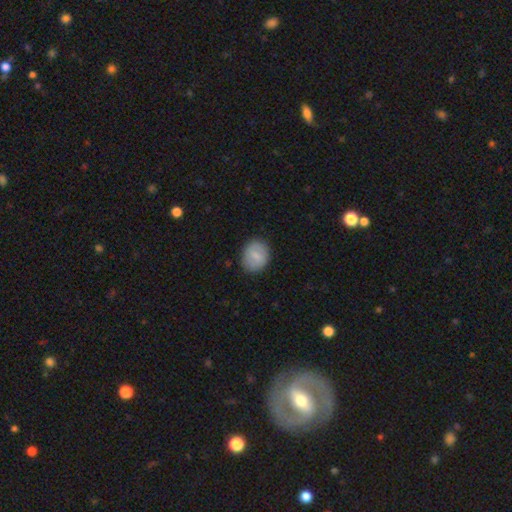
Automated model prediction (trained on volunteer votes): Morphology: type=smooth (72%); roundness=round (52%); merging=none (82%).